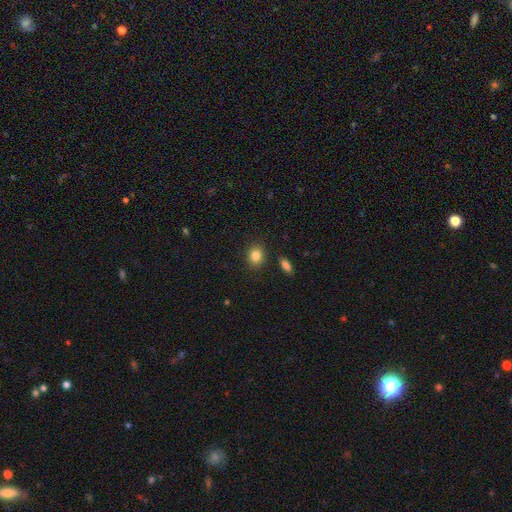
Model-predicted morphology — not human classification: Q: Smooth or featured?
A: smooth (85%); runner-up: star or artifact (10%)
Q: How rounded?
A: round (56%); runner-up: in between (43%)
Q: Merging?
A: none (87%); runner-up: minor disturbance (8%)